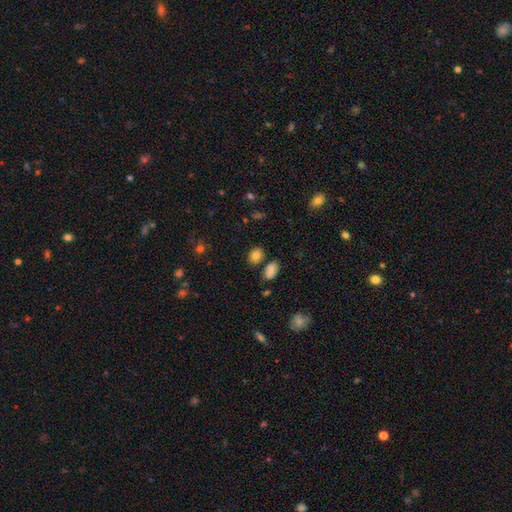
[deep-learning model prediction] Smooth or featured?
  - smooth: 83% *
  - star or artifact: 11%
  - featured or disk: 6%
How rounded?
  - in between: 56% *
  - round: 43%
  - cigar-shaped: 1%
Merging?
  - none: 76% *
  - minor disturbance: 11%
  - merger: 9%
  - major disturbance: 3%